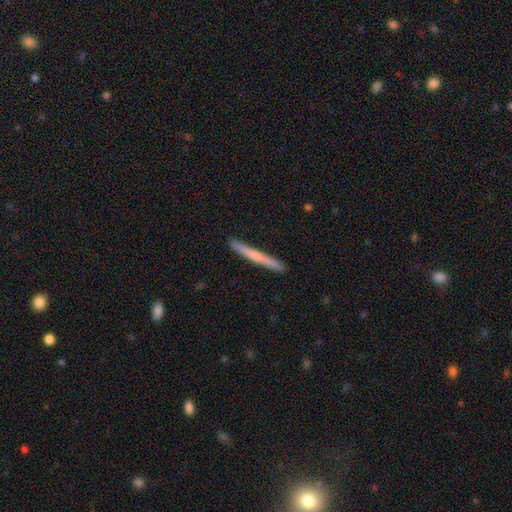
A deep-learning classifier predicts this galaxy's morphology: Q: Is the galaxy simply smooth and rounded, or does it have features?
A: smooth — 52%.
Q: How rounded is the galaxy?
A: cigar-shaped — 97%.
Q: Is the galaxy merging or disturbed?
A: none — 92%.